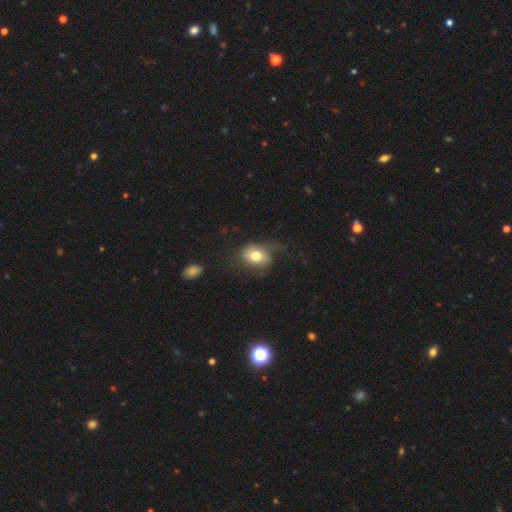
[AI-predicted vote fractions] Morphology: type=smooth (69%); roundness=in between (68%); merging=none (41%).